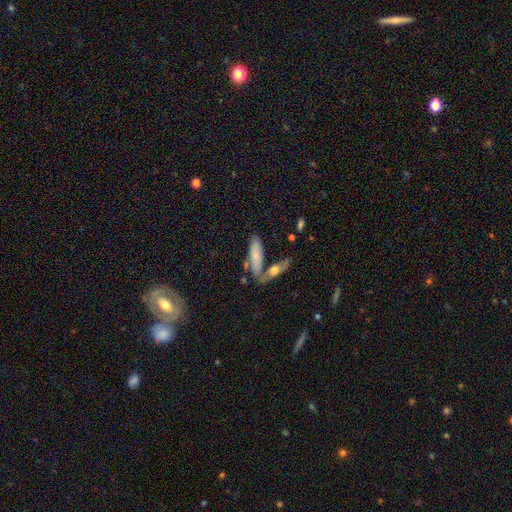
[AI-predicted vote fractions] smooth 69%, featured or disk 25%, star or artifact 7%. Down the decision tree: how rounded — cigar-shaped (50%); merging — none (52%).